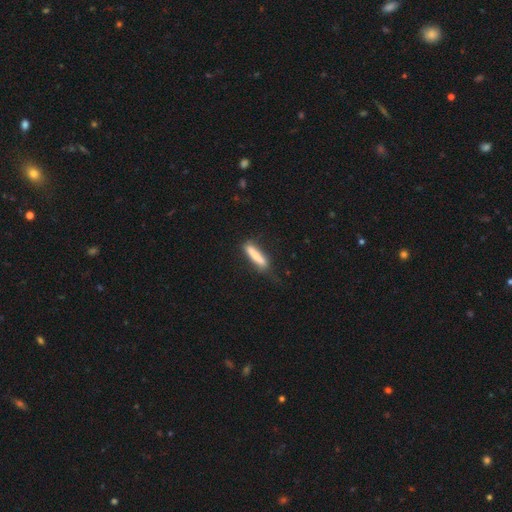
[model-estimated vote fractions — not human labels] Overall: smooth (73%). How rounded: cigar-shaped (85%). Merging: none (72%).